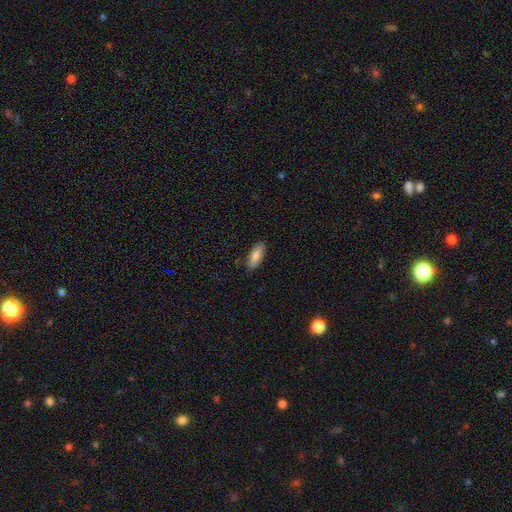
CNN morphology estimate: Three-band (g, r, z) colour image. It shows a smooth galaxy with no disk features (81%) that is in between round and cigar-shaped (67%). Merging: none (86%).